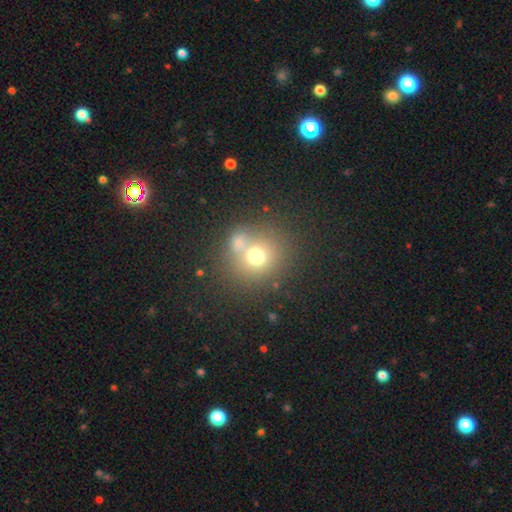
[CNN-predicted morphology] Smooth or featured: smooth — 68% (star or artifact — 17%)
How rounded: round — 82% (in between — 17%)
Merging: none — 55% (merger — 30%)